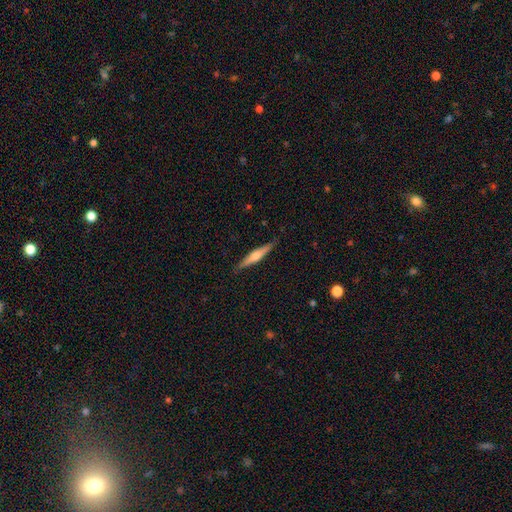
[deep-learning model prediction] Smooth or featured: featured or disk — 51% (smooth — 44%)
Edge-on disk: yes — 97% (no — 3%)
Merging: none — 88% (minor disturbance — 9%)